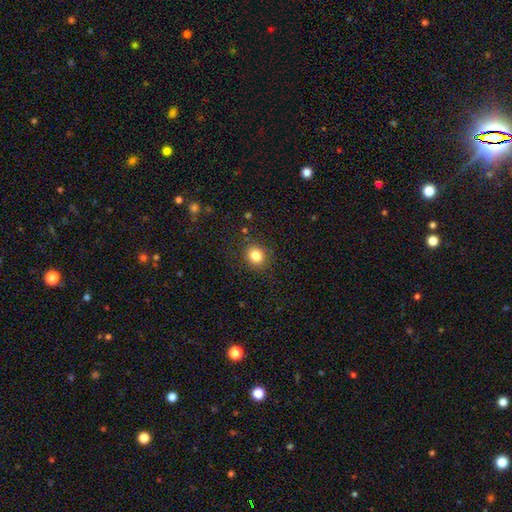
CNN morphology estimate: smooth-or-featured: smooth: 83% | star or artifact: 11% | featured or disk: 6%
  how-rounded: round: 72% | in between: 27% | cigar-shaped: 1%
  merging: none: 87% | minor disturbance: 9% | major disturbance: 3% | merger: 1%